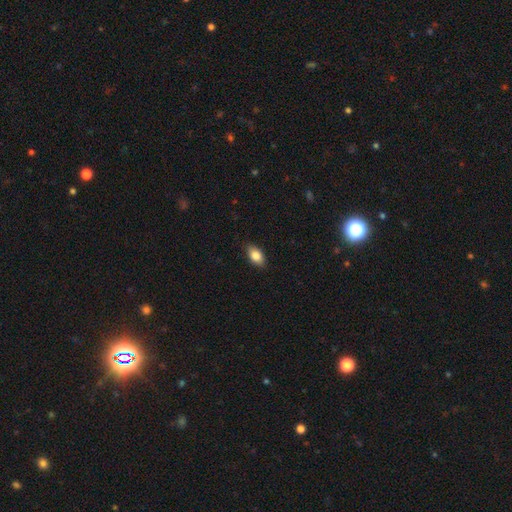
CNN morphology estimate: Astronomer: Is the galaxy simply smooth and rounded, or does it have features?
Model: smooth — 84%.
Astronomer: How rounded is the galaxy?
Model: in between — 90%.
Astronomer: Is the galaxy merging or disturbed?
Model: none — 86%.